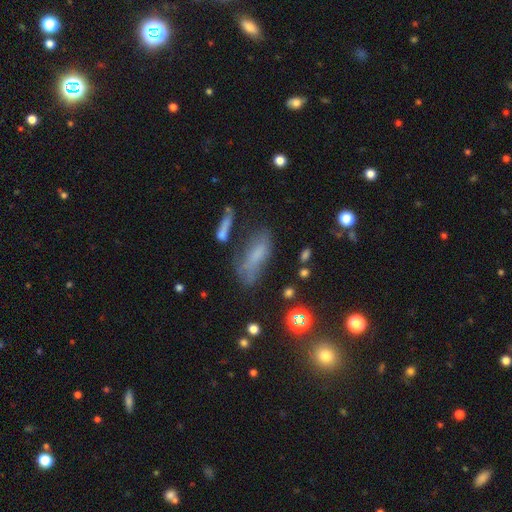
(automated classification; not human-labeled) A smooth galaxy with no disk features (60%) that is in between round and cigar-shaped (63%).

Vote fractions:
- Smooth or featured? smooth: 60% / featured or disk: 24% / star or artifact: 16%
- How rounded? in between: 63% / cigar-shaped: 33% / round: 4%
- Merging? none: 47% / minor disturbance: 26% / major disturbance: 17% / merger: 11%